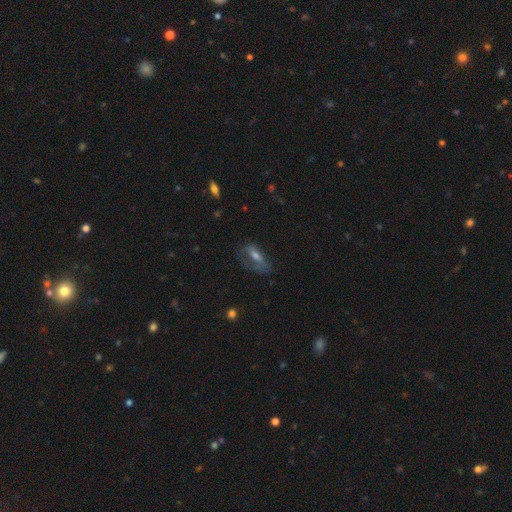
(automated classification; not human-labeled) Smooth or featured? featured or disk (46%)
Merging? none (47%)